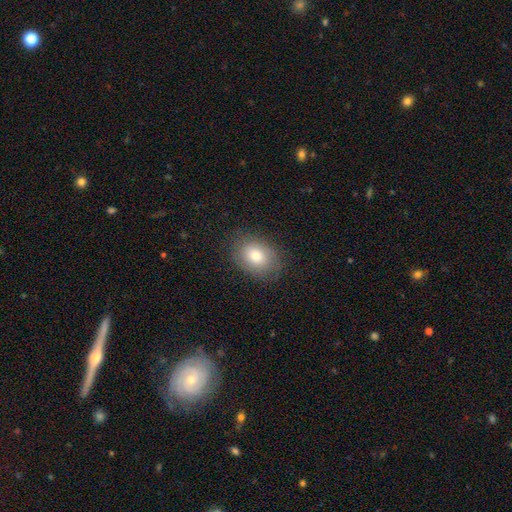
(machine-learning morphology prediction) The model was most divided on "how rounded": in between: 70%, round: 29%, cigar-shaped: 1%. More confident: merging — none (82%); smooth or featured — smooth (76%).